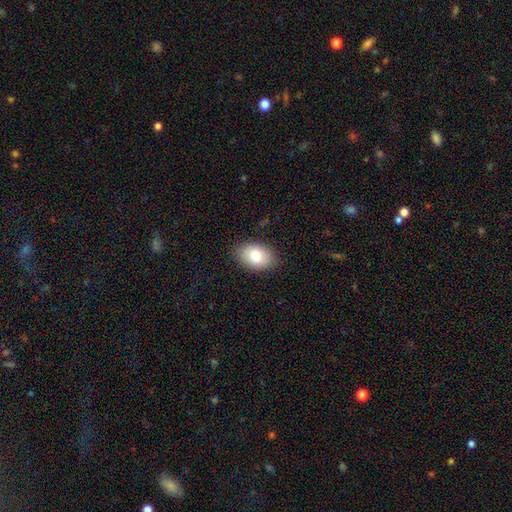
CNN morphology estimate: Smooth or featured? smooth (82%)
How rounded? in between (88%)
Merging? none (87%)